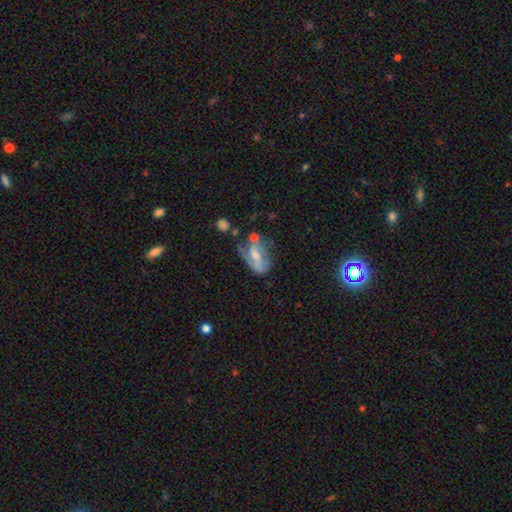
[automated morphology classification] smooth_or_featured: featured or disk (p=0.61) [alt: smooth p=0.31]
disk_edge_on: no (p=0.94) [alt: yes p=0.06]
bar: weak (p=0.41) [alt: no p=0.39]
has_spiral_arms: yes (p=0.72) [alt: no p=0.28]
bulge_size: moderate (p=0.44) [alt: small p=0.36]
merging: none (p=0.34) [alt: major disturbance p=0.28]